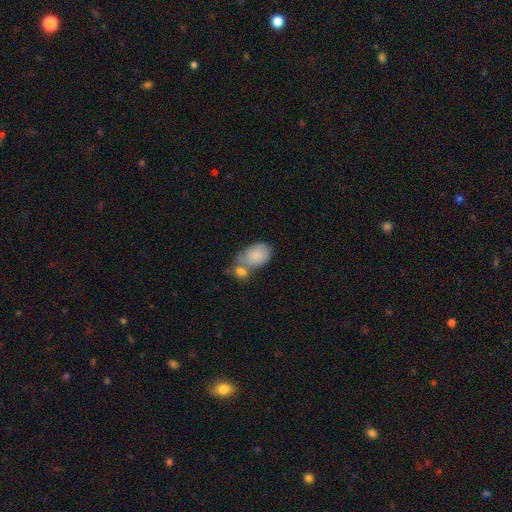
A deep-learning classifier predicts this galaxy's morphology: Smooth or featured: smooth — 81% (featured or disk — 13%)
How rounded: in between — 85% (round — 13%)
Merging: merger — 49% (none — 28%)